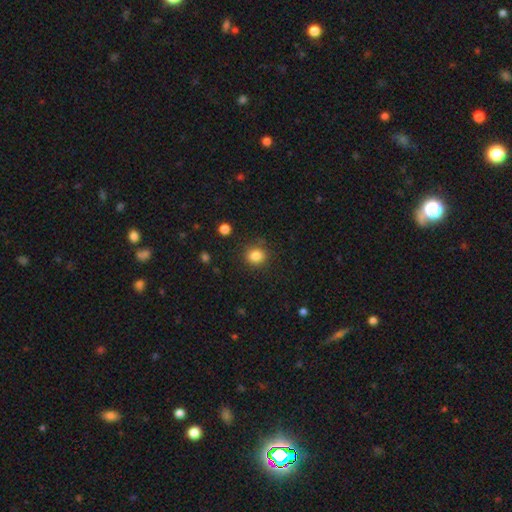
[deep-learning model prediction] This appears to be a smooth galaxy with no disk features (84%) that is round (84%). Merging: none (86%).